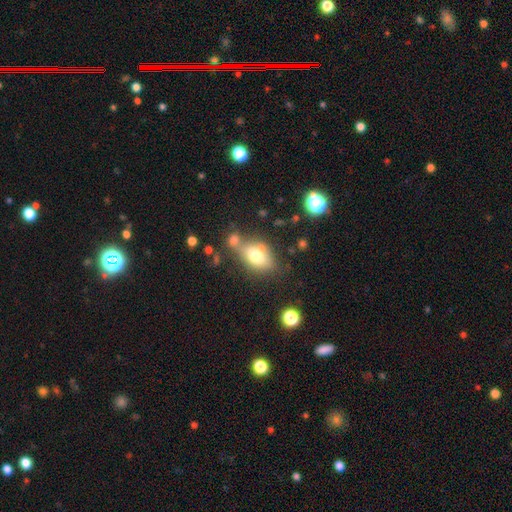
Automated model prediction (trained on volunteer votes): Smooth or featured: smooth — 72% (featured or disk — 19%)
How rounded: in between — 81% (round — 16%)
Merging: none — 47% (merger — 27%)